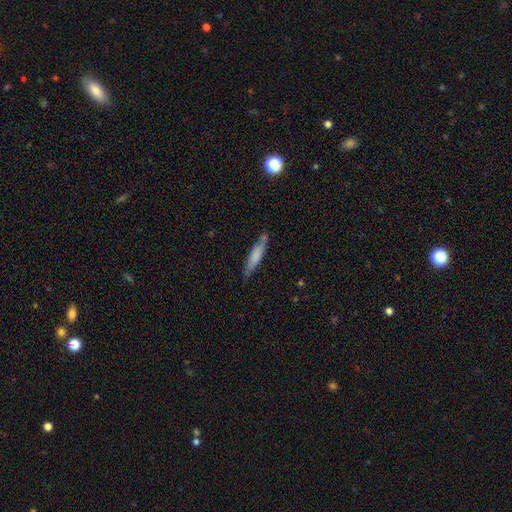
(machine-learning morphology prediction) Smooth or featured?
  - smooth: 71% *
  - featured or disk: 23%
  - star or artifact: 6%
How rounded?
  - cigar-shaped: 86% *
  - in between: 13%
  - round: 1%
Merging?
  - none: 75% *
  - minor disturbance: 17%
  - merger: 4%
  - major disturbance: 3%